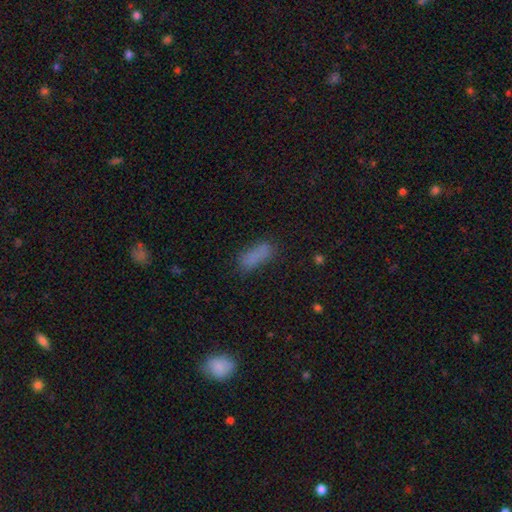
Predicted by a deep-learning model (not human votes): The model was most divided on "how rounded": in between: 63%, cigar-shaped: 34%, round: 3%. More confident: smooth or featured — smooth (80%); merging — none (67%).